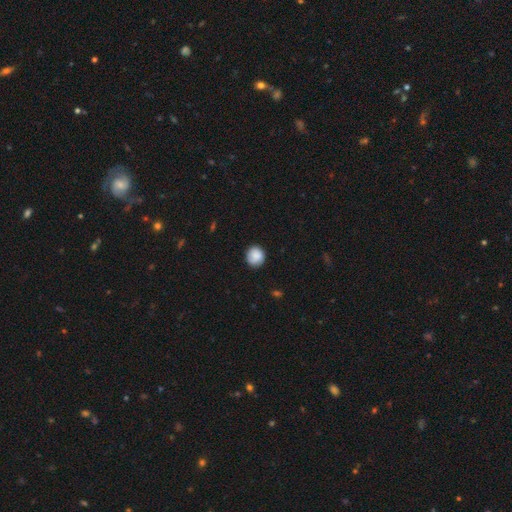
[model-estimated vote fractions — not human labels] Smooth or featured? Predicted: smooth (p=0.85). How rounded? Predicted: round (p=0.87). Merging? Predicted: none (p=0.83).